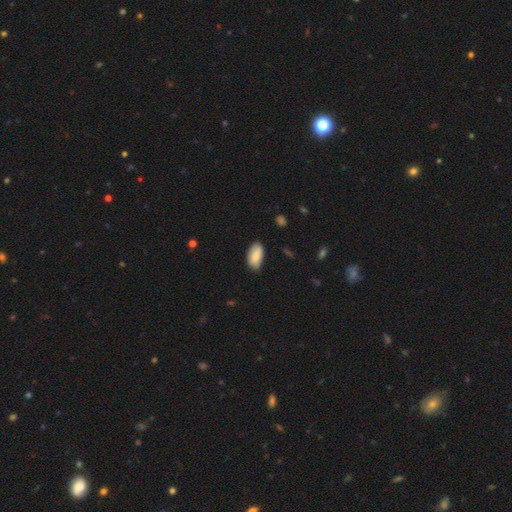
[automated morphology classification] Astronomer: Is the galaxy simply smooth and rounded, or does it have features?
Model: smooth — 82%.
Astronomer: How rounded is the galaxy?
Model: in between — 94%.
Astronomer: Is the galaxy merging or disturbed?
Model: none — 76%.